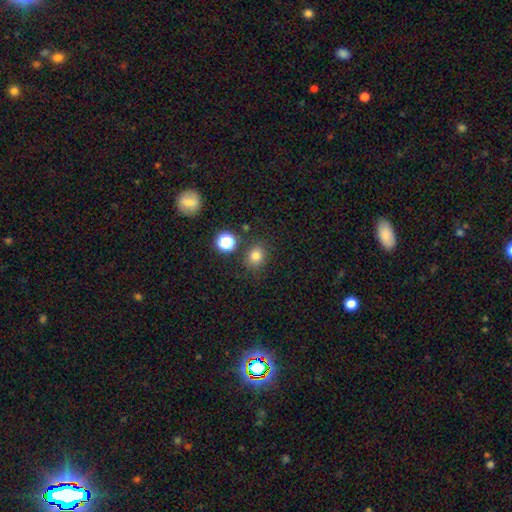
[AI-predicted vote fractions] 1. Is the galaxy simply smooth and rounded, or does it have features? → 77% smooth, 17% star or artifact, 6% featured or disk.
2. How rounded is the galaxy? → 70% round, 29% in between, 1% cigar-shaped.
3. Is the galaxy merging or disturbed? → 82% none, 10% minor disturbance, 5% merger, 3% major disturbance.